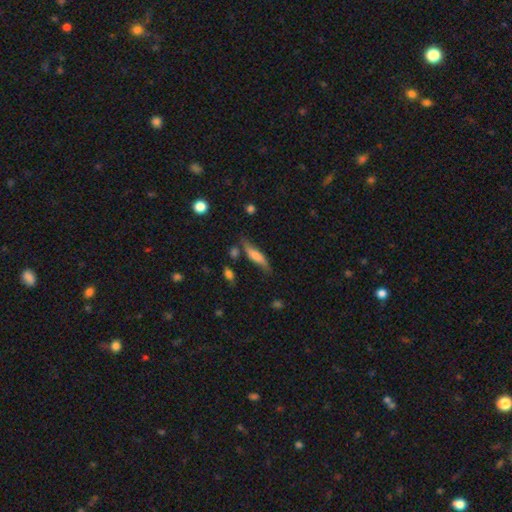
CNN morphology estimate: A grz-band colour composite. It shows a smooth galaxy with no disk features (53%) that is cigar-shaped (66%). Merging: none (61%).